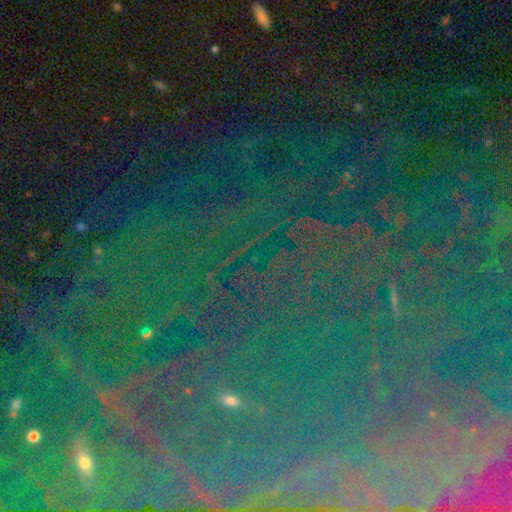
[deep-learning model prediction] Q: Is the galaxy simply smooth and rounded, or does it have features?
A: star or artifact — 81%.